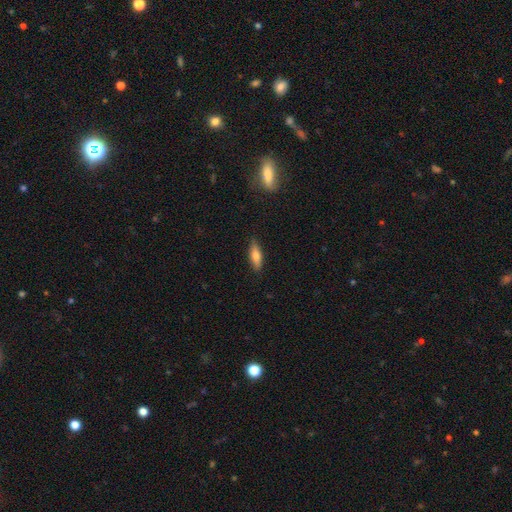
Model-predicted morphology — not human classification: smooth 68%, featured or disk 25%, star or artifact 6%. Down the decision tree: how rounded — cigar-shaped (51%); merging — none (85%).